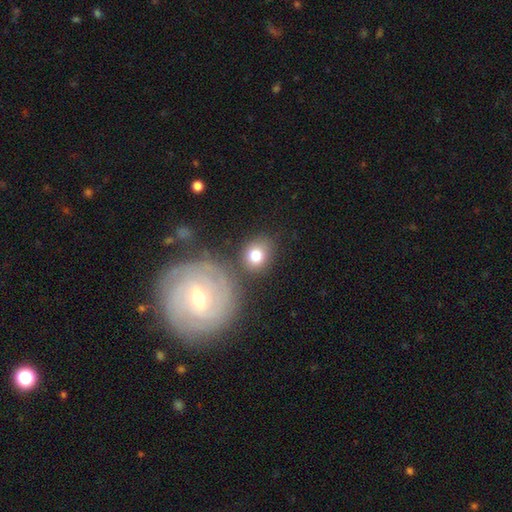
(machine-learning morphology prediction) This is likely a smooth galaxy (78%). How rounded: likely round (69%). Merging: likely none (69%).